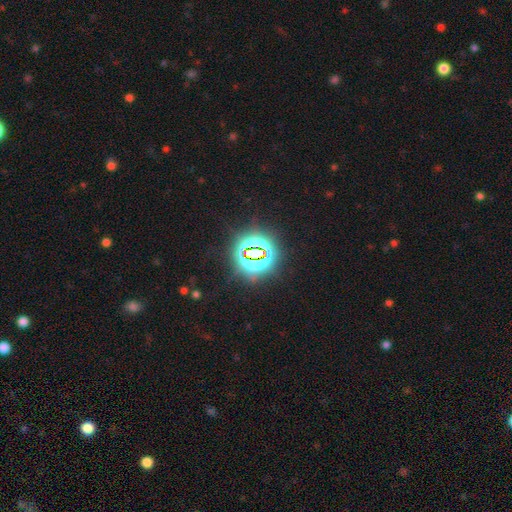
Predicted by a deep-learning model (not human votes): The model was most divided on "smooth or featured": star or artifact: 78%, smooth: 13%, featured or disk: 9%.